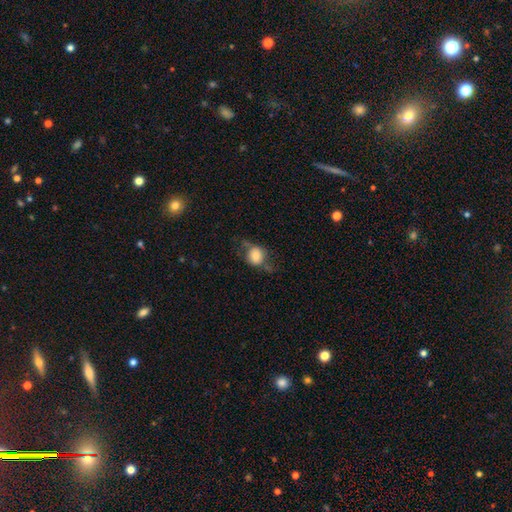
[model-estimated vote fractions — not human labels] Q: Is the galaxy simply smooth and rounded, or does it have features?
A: smooth — 68%.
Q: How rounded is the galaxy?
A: round — 63%.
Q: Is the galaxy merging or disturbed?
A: none — 48%.